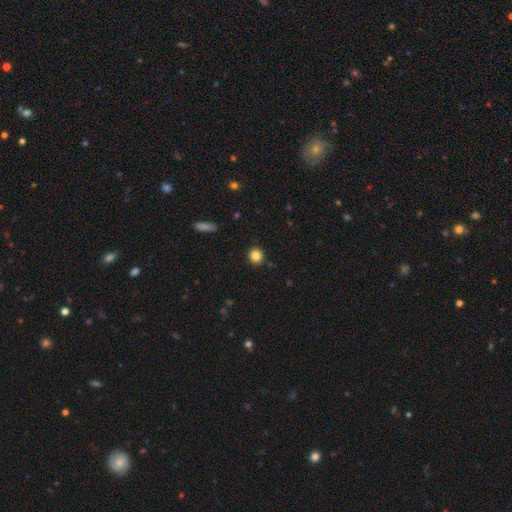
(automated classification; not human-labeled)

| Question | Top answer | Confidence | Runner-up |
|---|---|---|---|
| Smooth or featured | smooth | 85% | star or artifact (10%) |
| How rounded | round | 87% | in between (12%) |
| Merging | none | 91% | minor disturbance (6%) |